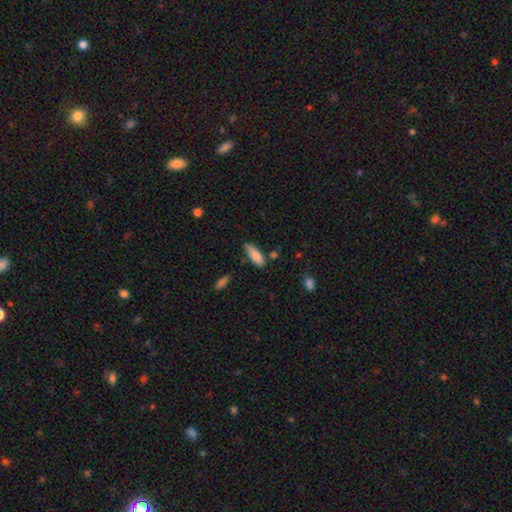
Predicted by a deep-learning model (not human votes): Overall: smooth (83%). How rounded: in between (62%; cigar-shaped 36%). Merging: none (64%; minor disturbance 26%).